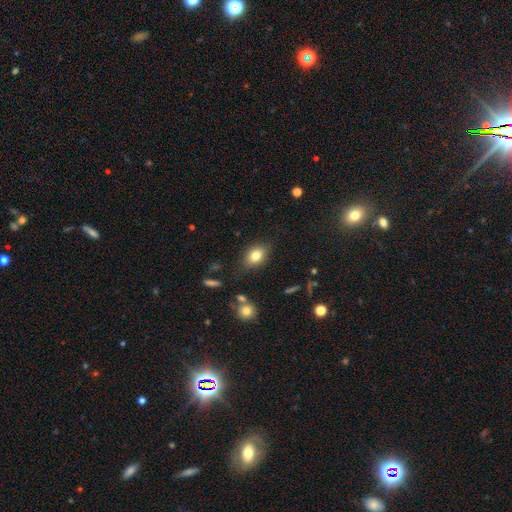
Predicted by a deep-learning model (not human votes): Smooth or featured? smooth (79%)
How rounded? in between (71%)
Merging? none (79%)